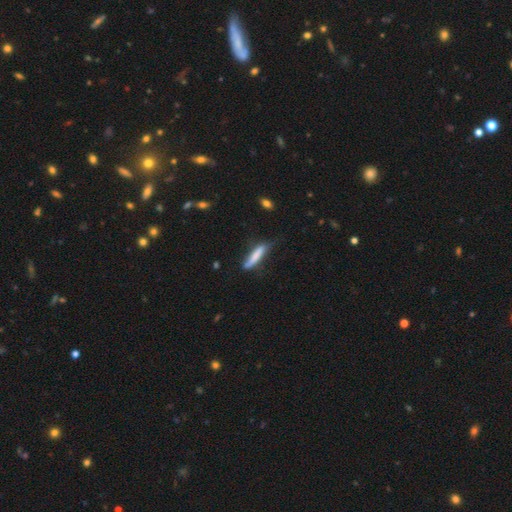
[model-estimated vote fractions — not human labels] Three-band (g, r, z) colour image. It shows a smooth galaxy with no disk features (74%) that is cigar-shaped (87%). Merging: none (56%).